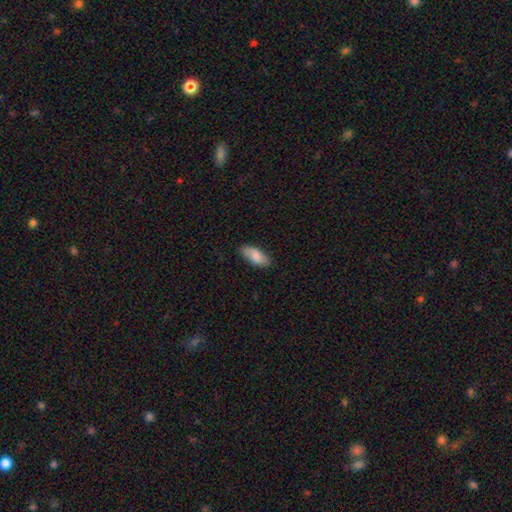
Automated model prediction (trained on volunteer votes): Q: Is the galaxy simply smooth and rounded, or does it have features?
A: smooth — 82%.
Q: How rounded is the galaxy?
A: in between — 86%.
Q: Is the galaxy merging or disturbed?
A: none — 81%.